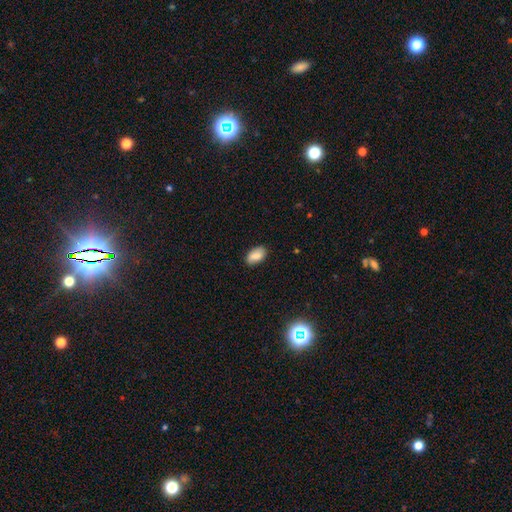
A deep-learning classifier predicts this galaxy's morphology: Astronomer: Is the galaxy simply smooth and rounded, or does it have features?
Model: smooth — 84%.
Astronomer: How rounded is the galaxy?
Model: in between — 93%.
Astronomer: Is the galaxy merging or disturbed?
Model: none — 83%.